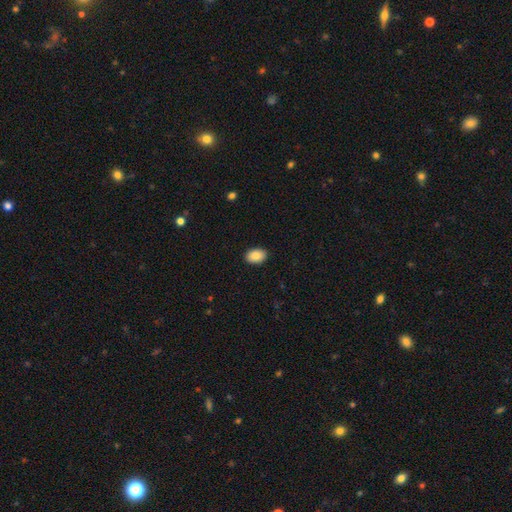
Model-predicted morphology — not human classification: The model was most divided on "how rounded": in between: 86%, round: 13%, cigar-shaped: 1%. More confident: merging — none (90%); smooth or featured — smooth (88%).